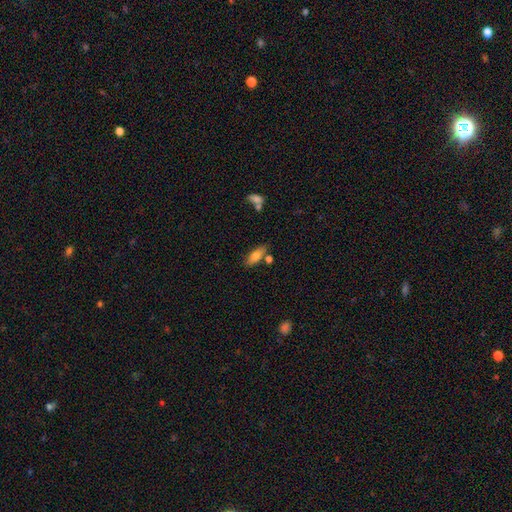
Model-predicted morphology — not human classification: A smooth galaxy with no disk features (77%) that is in between round and cigar-shaped (78%). Merging: none (69%).